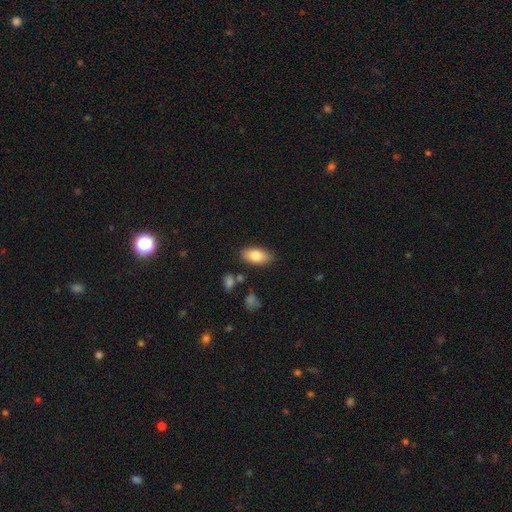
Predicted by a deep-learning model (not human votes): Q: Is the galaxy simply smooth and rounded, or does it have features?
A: smooth — 80%.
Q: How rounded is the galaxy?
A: in between — 92%.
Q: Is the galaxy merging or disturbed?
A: none — 83%.